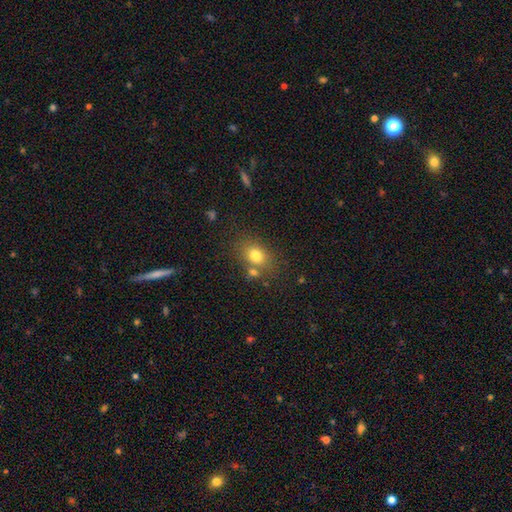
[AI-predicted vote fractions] Smooth or featured?
  - smooth: 78% *
  - star or artifact: 12%
  - featured or disk: 11%
How rounded?
  - in between: 61% *
  - round: 38%
  - cigar-shaped: 1%
Merging?
  - none: 66% *
  - merger: 17%
  - minor disturbance: 13%
  - major disturbance: 5%